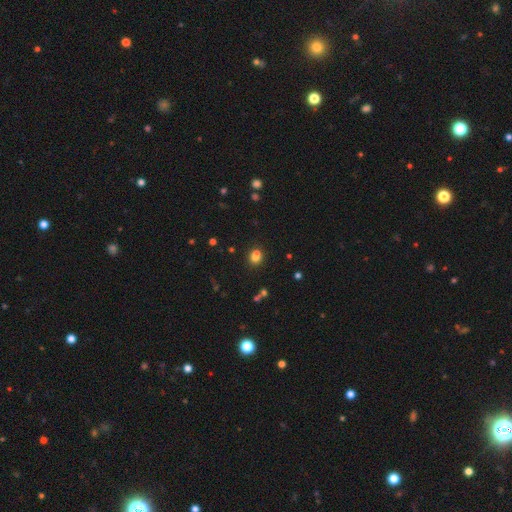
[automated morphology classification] A smooth galaxy with no disk features (78%) that is round (54%).

Vote fractions:
- Smooth or featured? smooth: 78% / star or artifact: 16% / featured or disk: 6%
- How rounded? round: 54% / in between: 45% / cigar-shaped: 1%
- Merging? none: 69% / merger: 16% / minor disturbance: 12% / major disturbance: 4%